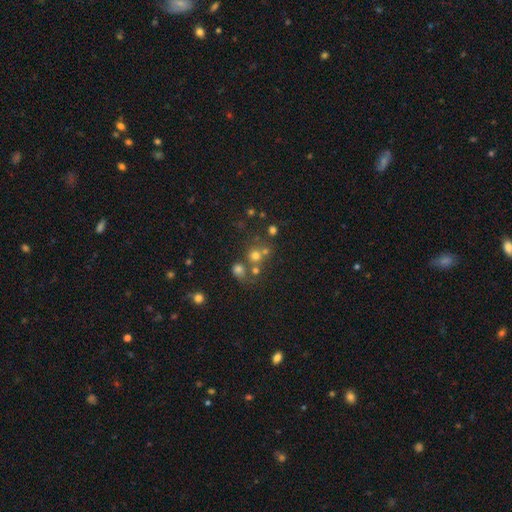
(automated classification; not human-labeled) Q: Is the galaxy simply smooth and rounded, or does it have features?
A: smooth — 57%.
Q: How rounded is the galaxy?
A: round — 85%.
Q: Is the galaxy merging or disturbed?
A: none — 51%.